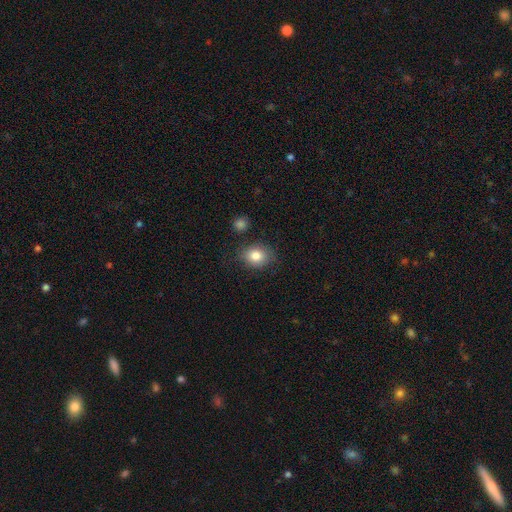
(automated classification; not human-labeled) This is clearly a smooth galaxy (83%). How rounded: possibly round (54%). Merging: likely none (77%).